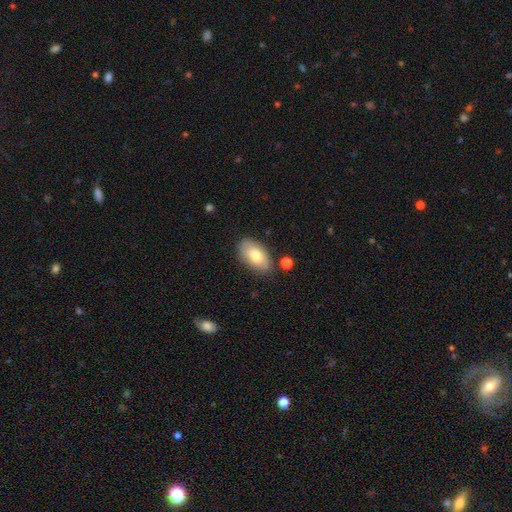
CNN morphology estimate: A smooth galaxy with no disk features (73%) that is in between round and cigar-shaped (94%). Merging: none (79%).